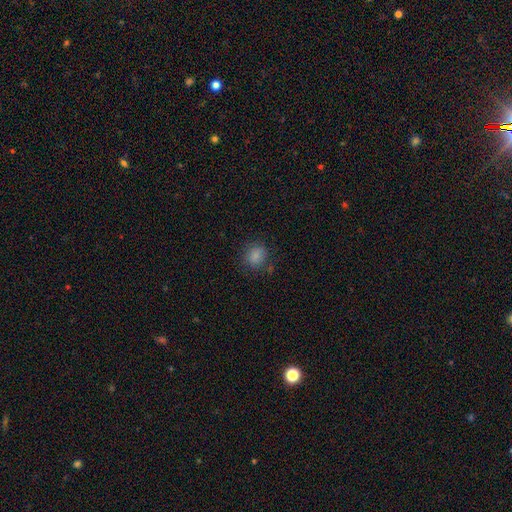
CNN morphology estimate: Smooth or featured? smooth (84%)
How rounded? round (76%)
Merging? none (80%)